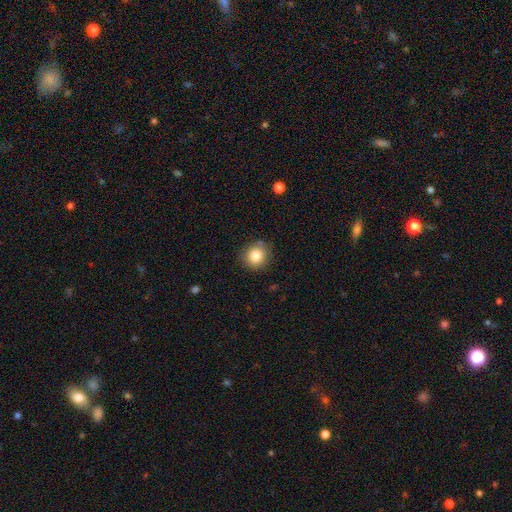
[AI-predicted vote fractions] This appears to be a smooth galaxy with no disk features (82%) that is round (89%). Merging: none (86%).